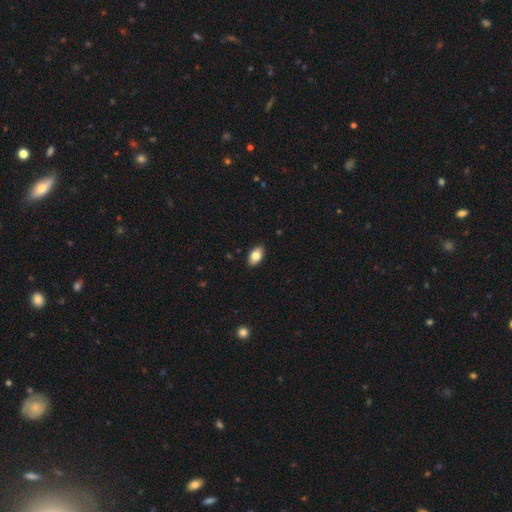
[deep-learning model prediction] A smooth galaxy with no disk features (82%) that is in between round and cigar-shaped (92%). Merging: none (89%).